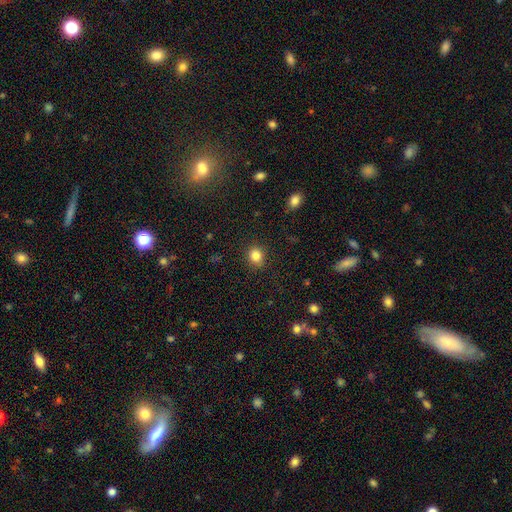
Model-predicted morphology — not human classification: Smooth or featured? Predicted: smooth (p=0.83). How rounded? Predicted: round (p=0.81). Merging? Predicted: none (p=0.89).